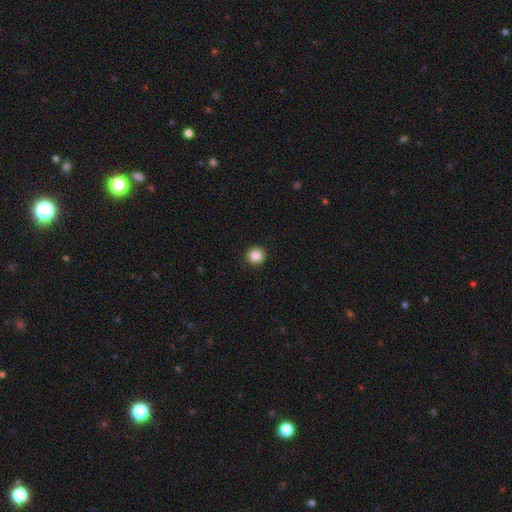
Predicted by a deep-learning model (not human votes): Smooth or featured? Predicted: smooth (p=0.88). How rounded? Predicted: round (p=0.92). Merging? Predicted: none (p=0.92).